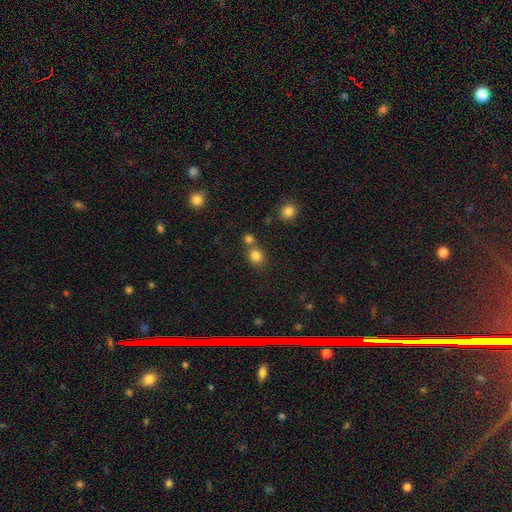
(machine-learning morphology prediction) smooth-or-featured: smooth: 82% | star or artifact: 13% | featured or disk: 6%
  how-rounded: round: 74% | in between: 25% | cigar-shaped: 1%
  merging: none: 57% | merger: 31% | minor disturbance: 9% | major disturbance: 3%